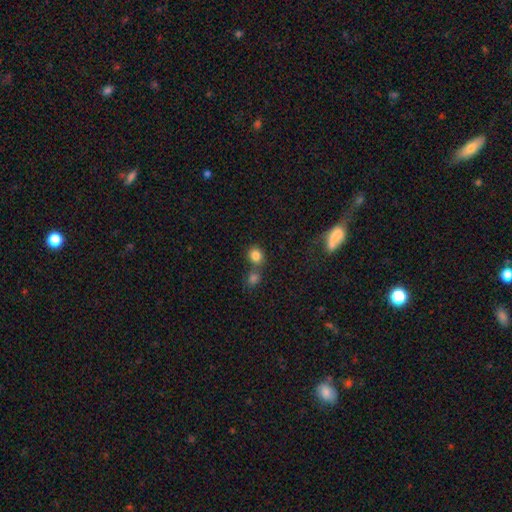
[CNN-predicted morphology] Overall: smooth (83%). How rounded: round (74%). Merging: none (56%; merger 31%).